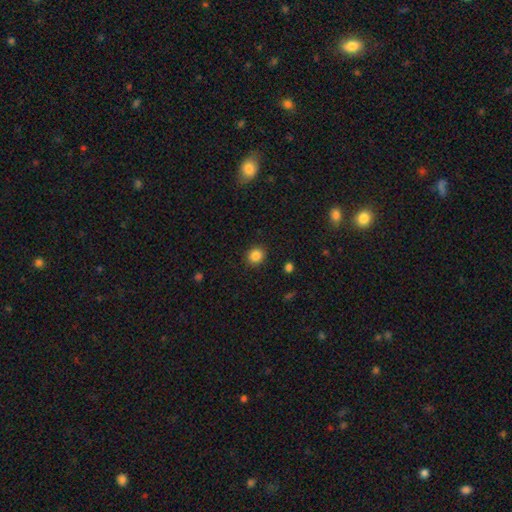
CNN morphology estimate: type=smooth (85%); roundness=round (84%); merging=none (90%).